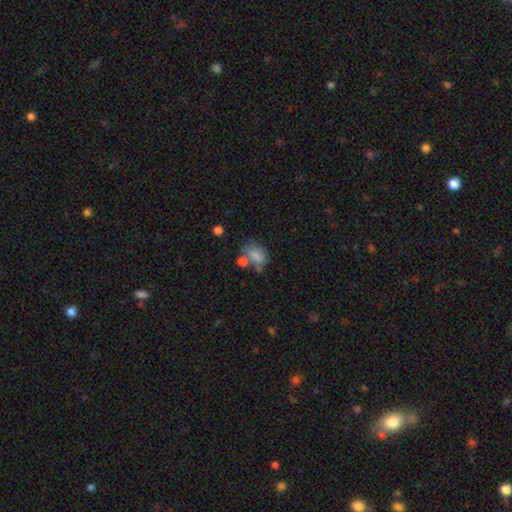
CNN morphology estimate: A smooth galaxy with no disk features (72%) that is in between round and cigar-shaped (75%).

Vote fractions:
- Smooth or featured? smooth: 72% / featured or disk: 17% / star or artifact: 11%
- How rounded? in between: 75% / round: 24% / cigar-shaped: 2%
- Merging? none: 32% / merger: 28% / minor disturbance: 22% / major disturbance: 17%